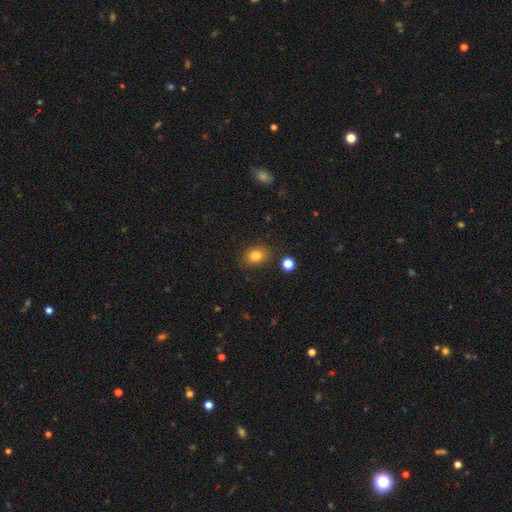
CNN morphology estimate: smooth-or-featured: smooth: 82% | star or artifact: 11% | featured or disk: 7%
  how-rounded: in between: 56% | round: 43% | cigar-shaped: 1%
  merging: none: 85% | minor disturbance: 10% | major disturbance: 3% | merger: 3%